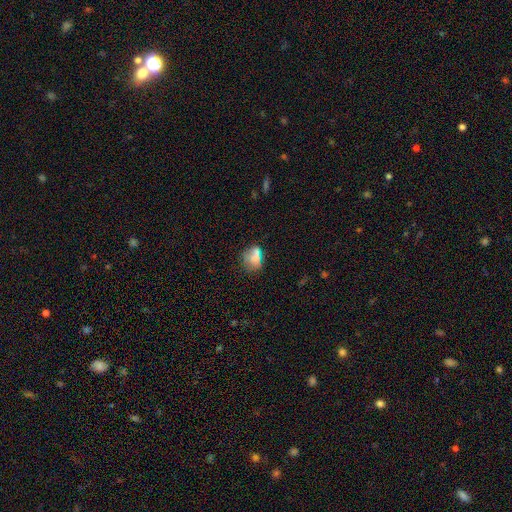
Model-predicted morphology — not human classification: A smooth galaxy with no disk features (66%) that is round (51%). Merging: none (53%).